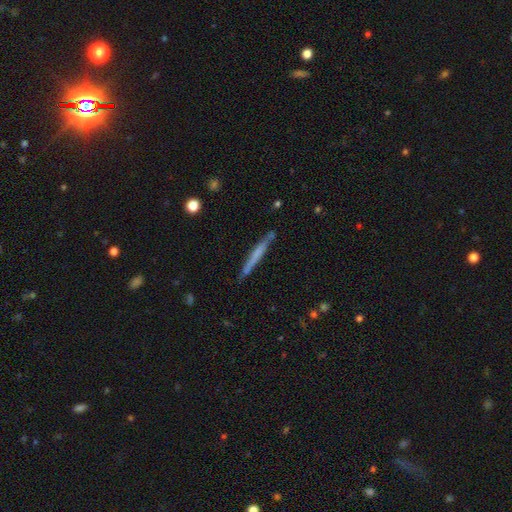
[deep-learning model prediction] A smooth galaxy with no disk features (49%).

Vote fractions:
- Smooth or featured? smooth: 49% / featured or disk: 45% / star or artifact: 6%
- Merging? none: 85% / minor disturbance: 11% / merger: 2% / major disturbance: 2%